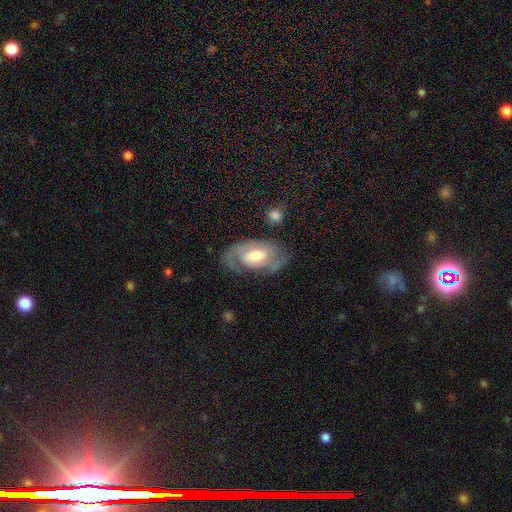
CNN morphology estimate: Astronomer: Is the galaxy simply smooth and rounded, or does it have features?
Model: featured or disk — 75%.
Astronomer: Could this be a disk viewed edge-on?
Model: no — 95%.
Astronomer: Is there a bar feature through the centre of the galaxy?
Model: no — 51% (runner-up: weak, 39%).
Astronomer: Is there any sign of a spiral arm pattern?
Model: yes — 85%.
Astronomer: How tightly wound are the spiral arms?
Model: tight — 47% (runner-up: medium, 39%).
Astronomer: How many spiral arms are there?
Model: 2 — 61%.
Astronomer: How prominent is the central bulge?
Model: moderate — 63%.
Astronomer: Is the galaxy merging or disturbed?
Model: none — 66%.